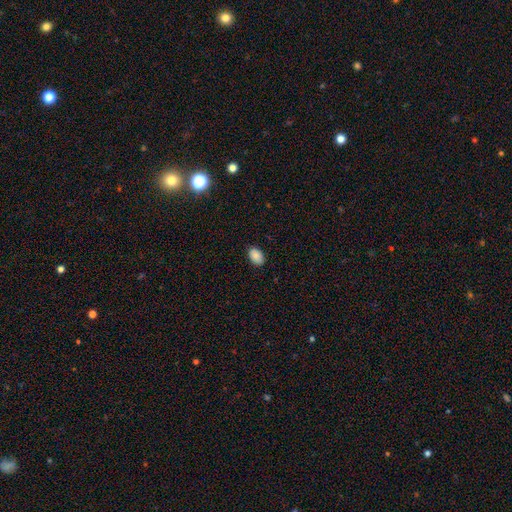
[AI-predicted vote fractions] Morphology: type=smooth (88%); roundness=in between (88%); merging=none (87%).